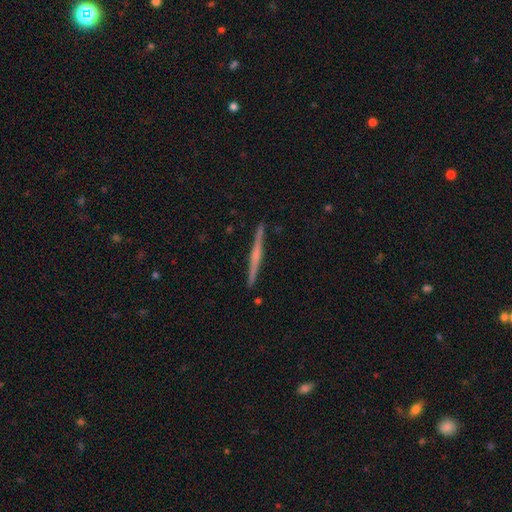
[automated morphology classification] Smooth or featured? Predicted: featured or disk (p=0.75). Edge-on disk? Predicted: yes (p=0.98). Edge-on bulge? Predicted: rounded (p=0.49). Merging? Predicted: none (p=0.92).